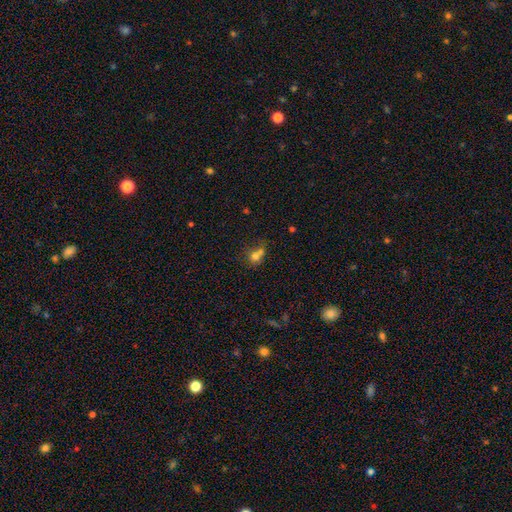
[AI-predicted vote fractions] smooth-or-featured: smooth: 70% | star or artifact: 15% | featured or disk: 15%
  how-rounded: round: 75% | in between: 24% | cigar-shaped: 1%
  merging: merger: 53% | none: 33% | minor disturbance: 9% | major disturbance: 5%